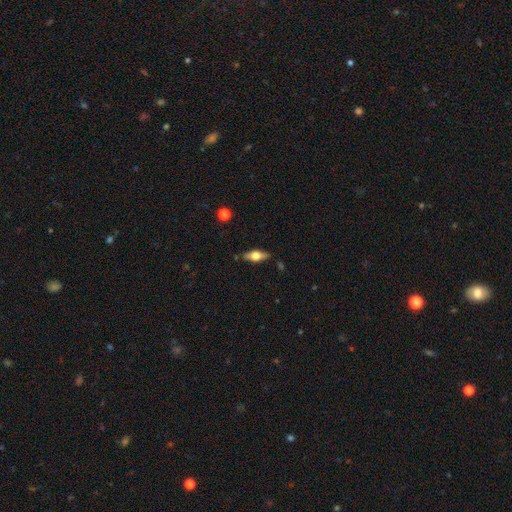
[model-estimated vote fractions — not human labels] This appears to be a smooth galaxy with no disk features (49%). Merging: none (83%).